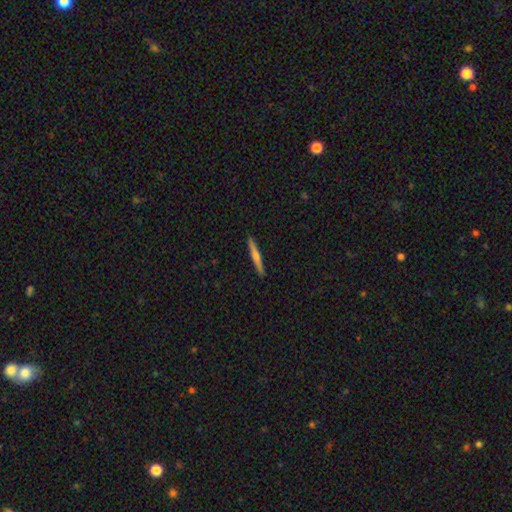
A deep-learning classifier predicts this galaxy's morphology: This is possibly a featured or disk galaxy (59%). It is clearly viewed edge-on (98%). Edge-on bulge: likely rounded (72%). Merging: clearly none (92%).